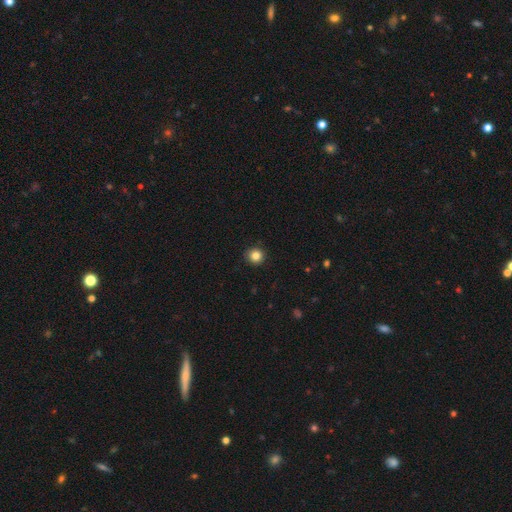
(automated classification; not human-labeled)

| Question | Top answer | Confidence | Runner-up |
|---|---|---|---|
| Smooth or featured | smooth | 84% | star or artifact (11%) |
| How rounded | round | 94% | in between (5%) |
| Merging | none | 91% | minor disturbance (6%) |